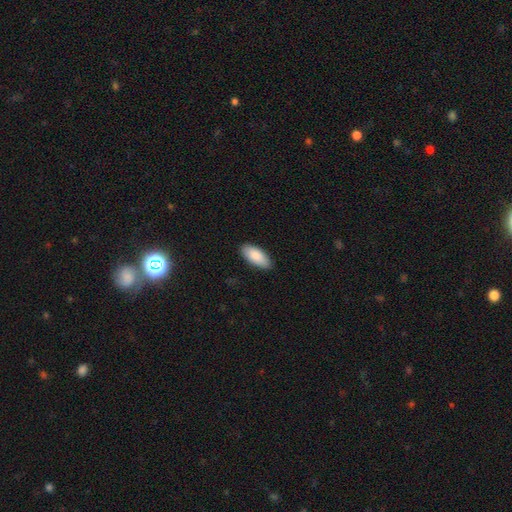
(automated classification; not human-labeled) Q: Smooth or featured?
A: smooth (87%); runner-up: featured or disk (7%)
Q: How rounded?
A: in between (89%); runner-up: cigar-shaped (10%)
Q: Merging?
A: none (87%); runner-up: minor disturbance (10%)